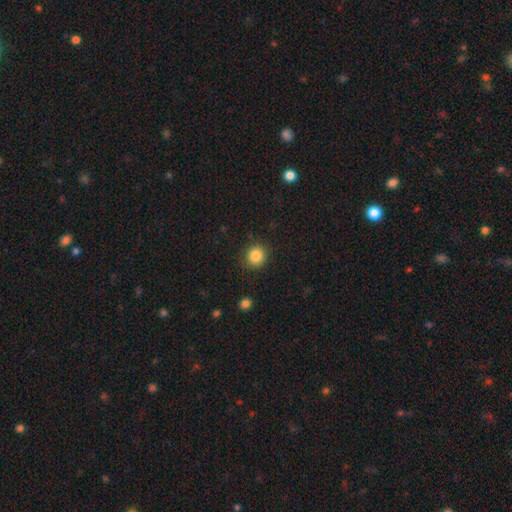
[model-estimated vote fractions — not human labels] This is clearly a smooth galaxy (86%). How rounded: clearly round (89%). Merging: clearly none (87%).